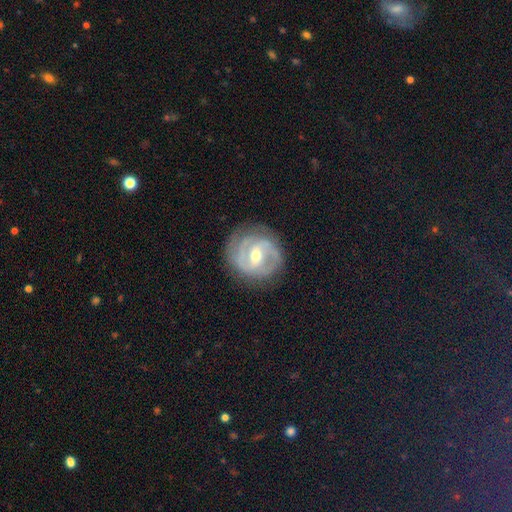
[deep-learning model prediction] A featured or disk galaxy (85%) with a weak bar (47%), 2 (65%) tight (53%) spiral arms (91%) and a moderate central bulge (66%).

Vote fractions:
- Smooth or featured? featured or disk: 85% / smooth: 10% / star or artifact: 5%
- Edge-on disk? no: 97% / yes: 3%
- Bar? weak: 47% / strong: 35% / no: 18%
- Spiral arms? yes: 91% / no: 9%
- Spiral winding? tight: 53% / medium: 37% / loose: 10%
- Spiral arm count? 2: 65% / can't tell: 14% / 3: 12% / 1: 4% / 4: 2% / more than 4: 2%
- Bulge size? moderate: 66% / small: 30% / large: 3% / none: 1% / dominant: 1%
- Merging? none: 80% / minor disturbance: 14% / major disturbance: 5% / merger: 1%